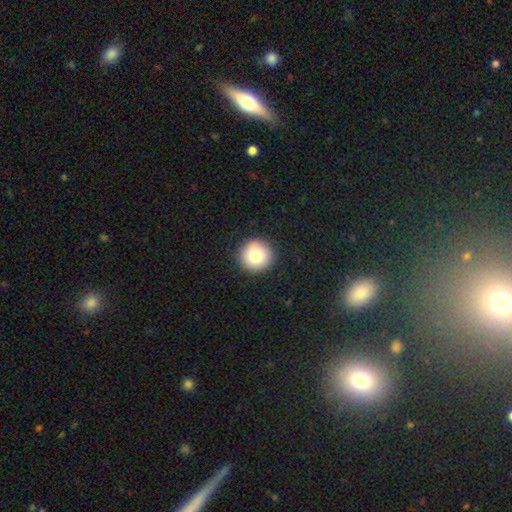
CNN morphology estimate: Smooth or featured? smooth (79%)
How rounded? round (95%)
Merging? none (92%)